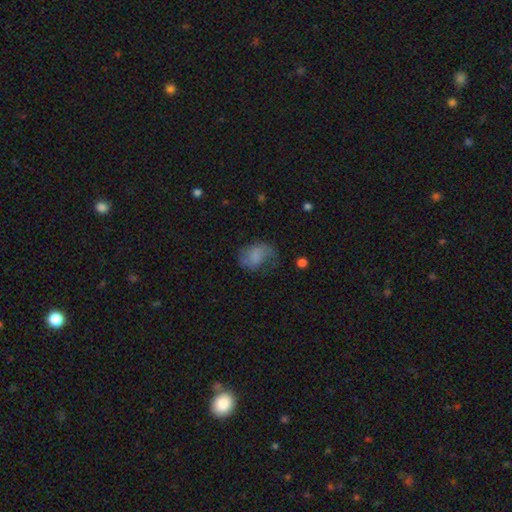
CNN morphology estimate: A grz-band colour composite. It shows a smooth galaxy with no disk features (56%) that is in between round and cigar-shaped (68%). Merging: none (45%).